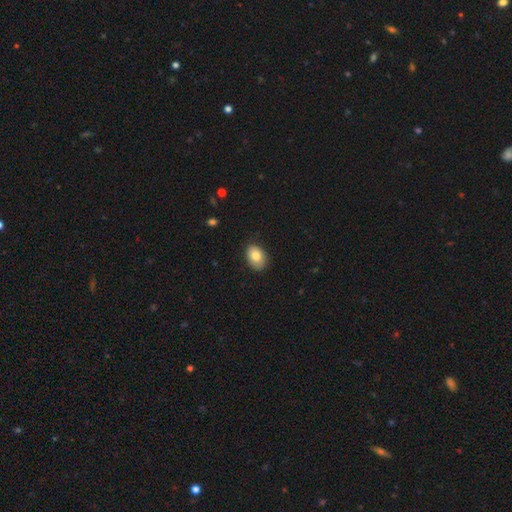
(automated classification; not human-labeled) Overall: smooth (80%). How rounded: in between (80%). Merging: none (84%).